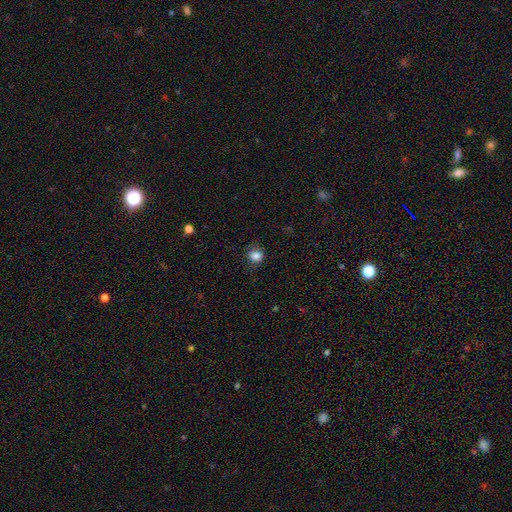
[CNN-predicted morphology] smooth_or_featured: smooth (p=0.84) [alt: star or artifact p=0.11]
how_rounded: round (p=0.78) [alt: in between p=0.22]
merging: none (p=0.76) [alt: minor disturbance p=0.17]